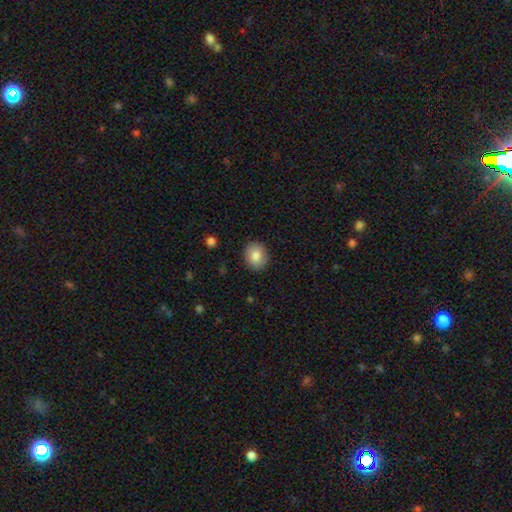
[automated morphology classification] This is clearly a smooth galaxy (83%). How rounded: likely round (64%). Merging: clearly none (89%).